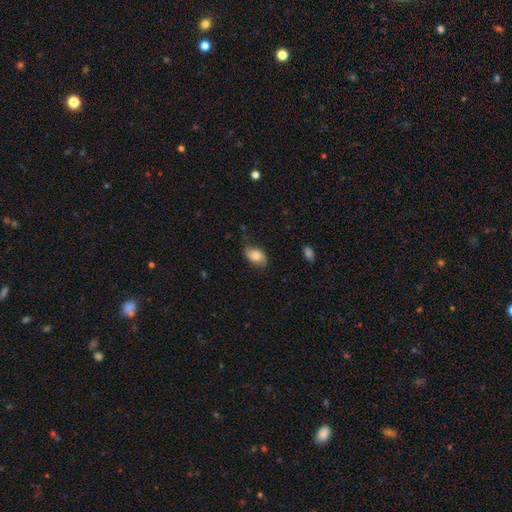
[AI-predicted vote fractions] Overall: smooth (71%). How rounded: in between (87%). Merging: none (68%).